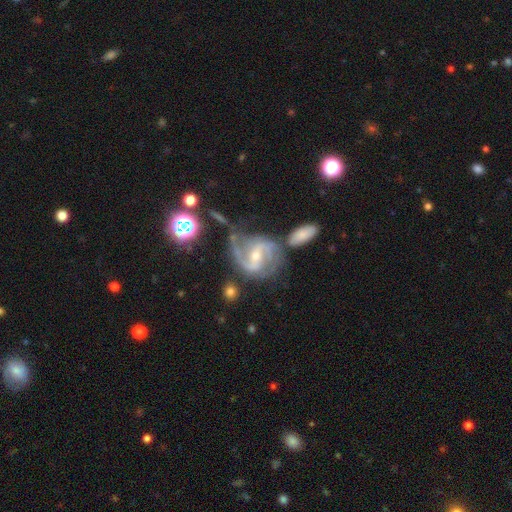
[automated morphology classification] A featured or disk galaxy (89%) with a weak bar (44%), 2 (74%) medium (55%) spiral arms (98%) and a small central bulge (52%).

Vote fractions:
- Smooth or featured? featured or disk: 89% / star or artifact: 6% / smooth: 5%
- Edge-on disk? no: 97% / yes: 3%
- Bar? weak: 44% / strong: 32% / no: 24%
- Spiral arms? yes: 98% / no: 2%
- Spiral winding? medium: 55% / tight: 25% / loose: 20%
- Spiral arm count? 2: 74% / 3: 11% / can't tell: 7% / 1: 3% / 4: 3% / more than 4: 2%
- Bulge size? small: 52% / moderate: 44% / large: 2% / none: 1% / dominant: 1%
- Merging? none: 48% / minor disturbance: 23% / major disturbance: 16% / merger: 13%